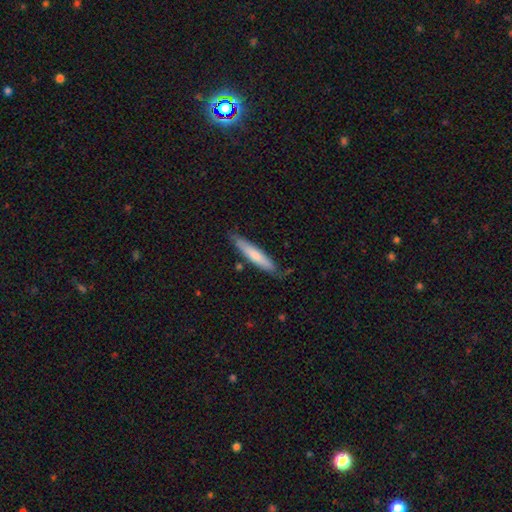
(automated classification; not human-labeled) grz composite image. It shows a smooth galaxy with no disk features (70%) that is cigar-shaped (89%). Merging: none (79%).